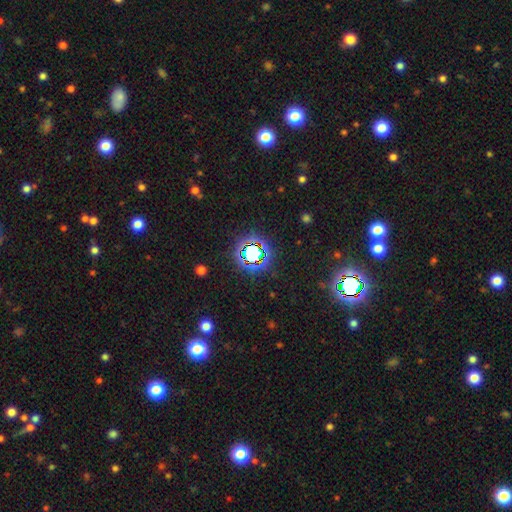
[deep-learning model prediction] The model was most divided on "smooth or featured": star or artifact: 68%, smooth: 20%, featured or disk: 11%.